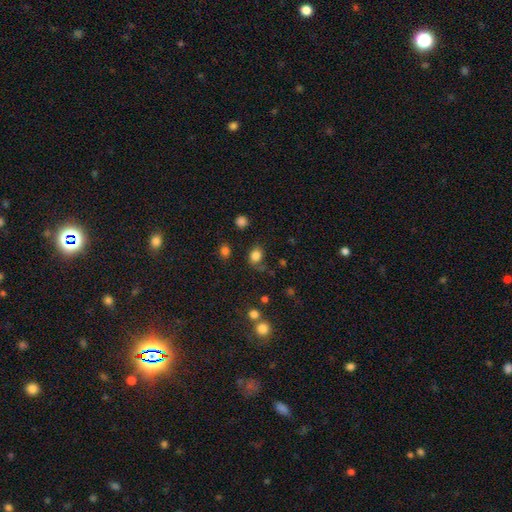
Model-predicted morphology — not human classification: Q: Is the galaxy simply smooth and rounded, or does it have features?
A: smooth — 82%.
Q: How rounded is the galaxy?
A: round — 52%.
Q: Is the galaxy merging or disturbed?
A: none — 70%.